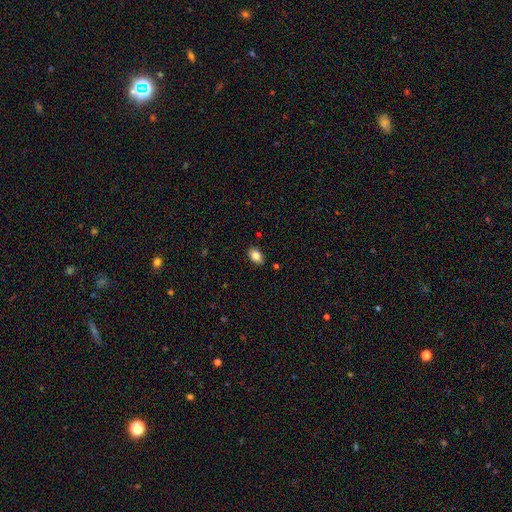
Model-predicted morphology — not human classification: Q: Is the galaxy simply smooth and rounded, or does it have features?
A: smooth — 82%.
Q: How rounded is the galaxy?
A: in between — 85%.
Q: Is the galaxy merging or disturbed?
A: none — 85%.